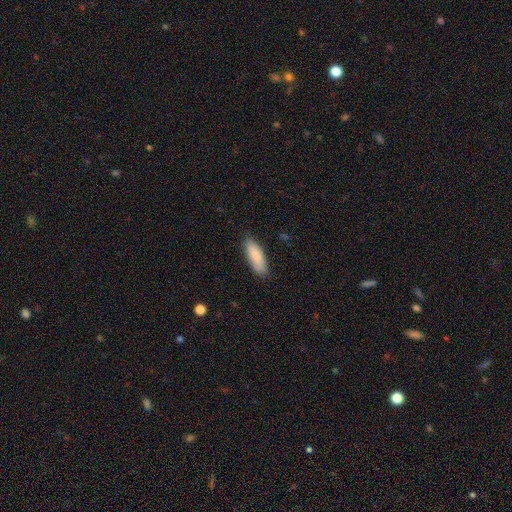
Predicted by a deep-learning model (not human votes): Smooth or featured?
  - smooth: 82% *
  - featured or disk: 12%
  - star or artifact: 6%
How rounded?
  - in between: 66% *
  - cigar-shaped: 32%
  - round: 2%
Merging?
  - none: 83% *
  - minor disturbance: 14%
  - major disturbance: 2%
  - merger: 1%